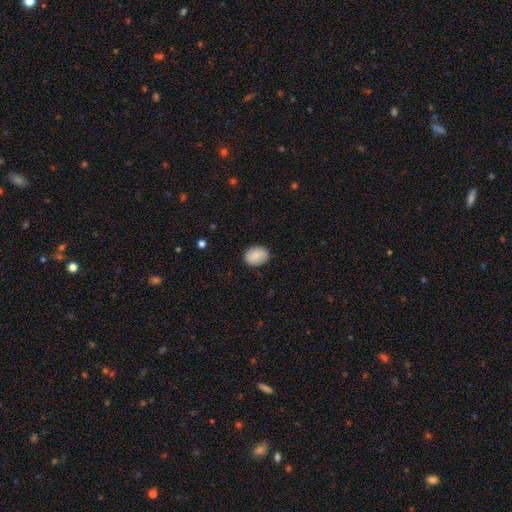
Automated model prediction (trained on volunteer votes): smooth-or-featured: smooth: 85% | featured or disk: 8% | star or artifact: 7%
  how-rounded: in between: 61% | round: 38% | cigar-shaped: 1%
  merging: none: 86% | minor disturbance: 11% | major disturbance: 2% | merger: 1%